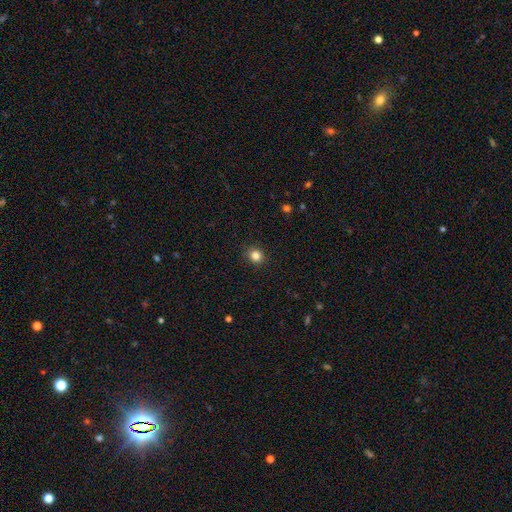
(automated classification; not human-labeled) Smooth or featured: smooth — 83% (star or artifact — 12%)
How rounded: round — 86% (in between — 13%)
Merging: none — 91% (minor disturbance — 6%)